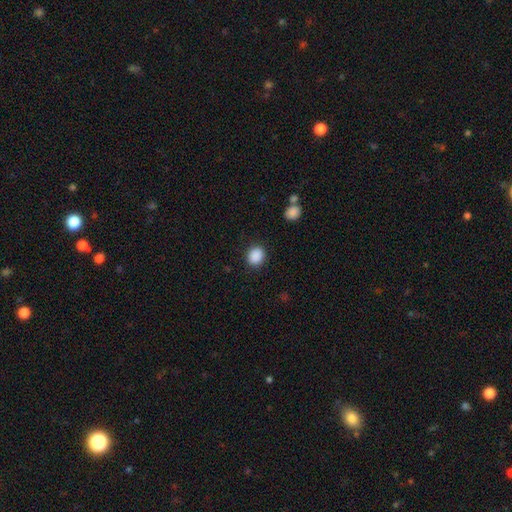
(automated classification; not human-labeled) Smooth or featured: smooth — 89% (star or artifact — 8%)
How rounded: round — 74% (in between — 25%)
Merging: none — 89% (minor disturbance — 7%)